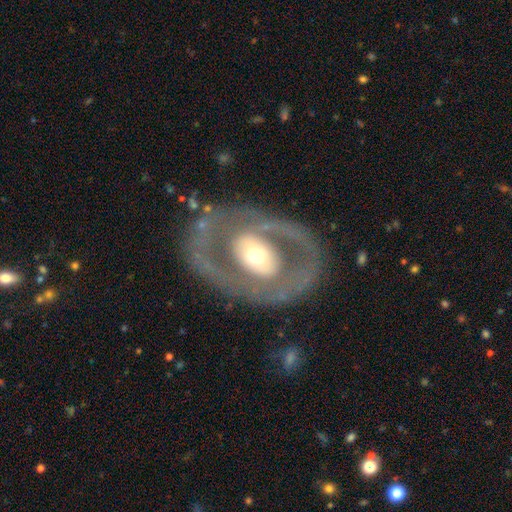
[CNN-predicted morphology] This is likely a featured or disk galaxy (69%). It is clearly not viewed edge-on (92%). Bar: likely no (62%). Spiral arm pattern: likely no (71%). Central bulge: likely moderate (61%). Merging: likely none (74%).